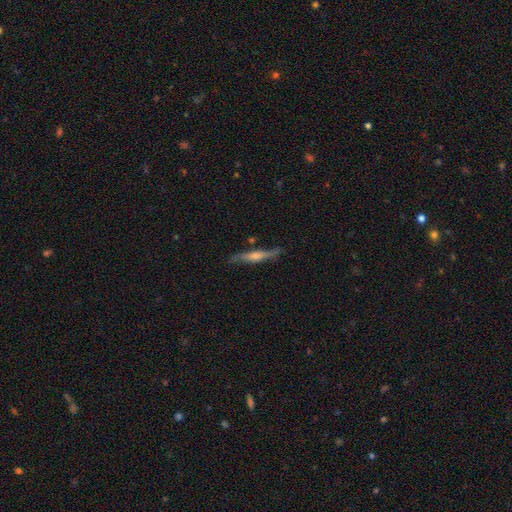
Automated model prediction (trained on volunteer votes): smooth-or-featured: featured or disk: 67% | smooth: 27% | star or artifact: 6%
  disk-edge-on: yes: 92% | no: 8%
    edge-on-bulge: rounded: 69% | none: 17% | boxy: 14%
  merging: none: 80% | minor disturbance: 15% | major disturbance: 3% | merger: 2%